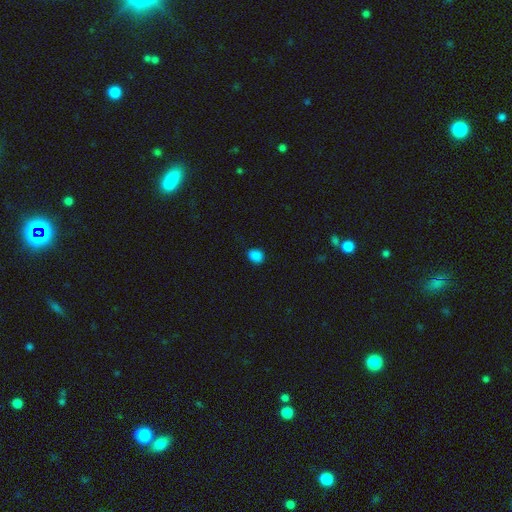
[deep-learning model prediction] Overall: smooth (86%). How rounded: round (57%; in between 42%). Merging: none (87%).